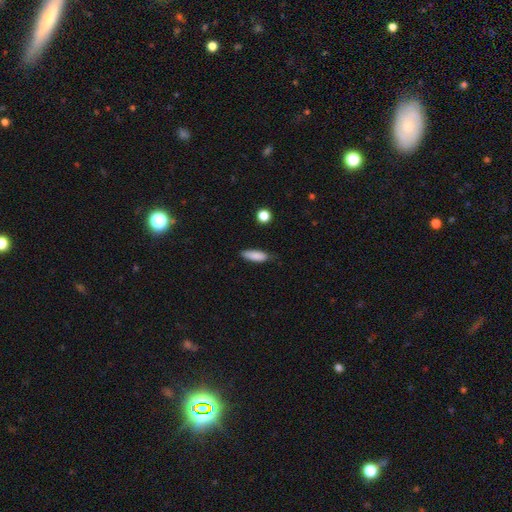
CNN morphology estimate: This is clearly a smooth galaxy (86%). How rounded: possibly in between (52%). Merging: likely none (77%).